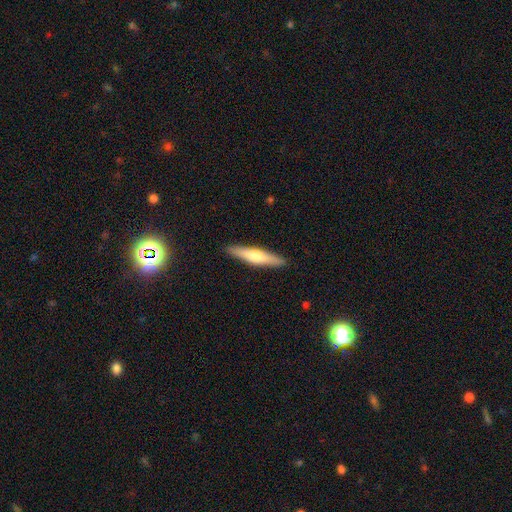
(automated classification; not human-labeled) smooth 52%, featured or disk 43%, star or artifact 5%. Down the decision tree: how rounded — cigar-shaped (87%); merging — none (91%).